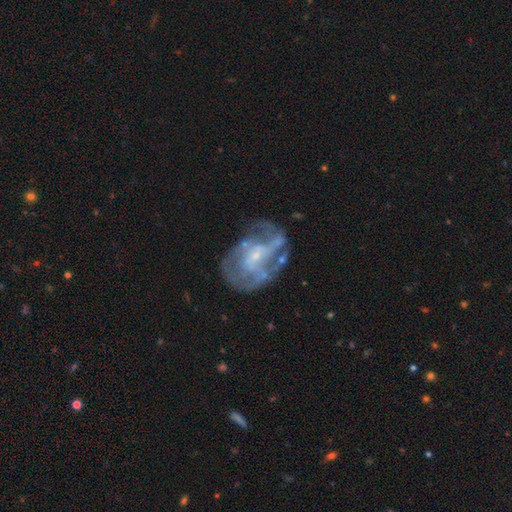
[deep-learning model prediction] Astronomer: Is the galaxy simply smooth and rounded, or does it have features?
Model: featured or disk — 77%.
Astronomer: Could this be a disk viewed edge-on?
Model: no — 97%.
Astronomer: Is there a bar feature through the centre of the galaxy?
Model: no — 56% (runner-up: weak, 33%).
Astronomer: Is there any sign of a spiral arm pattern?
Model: yes — 65%.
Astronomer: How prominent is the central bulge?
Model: small — 67%.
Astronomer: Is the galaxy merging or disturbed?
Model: none — 50%.